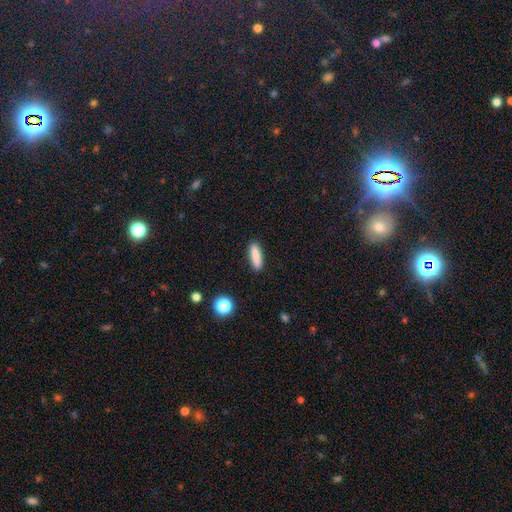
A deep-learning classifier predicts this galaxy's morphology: This is clearly a smooth galaxy (85%). How rounded: likely cigar-shaped (66%). Merging: clearly none (88%).